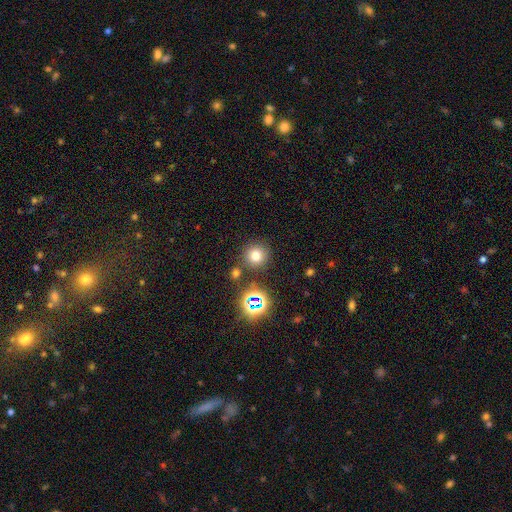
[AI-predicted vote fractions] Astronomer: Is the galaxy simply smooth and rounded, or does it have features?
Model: smooth — 70%.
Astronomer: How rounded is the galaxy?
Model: round — 93%.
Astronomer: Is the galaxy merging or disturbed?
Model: none — 83%.